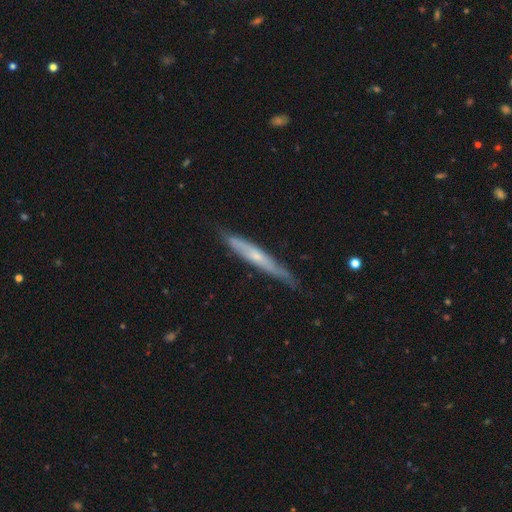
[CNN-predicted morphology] Q: Smooth or featured?
A: featured or disk (57%); runner-up: smooth (37%)
Q: Edge-on disk?
A: yes (87%); runner-up: no (13%)
Q: Merging?
A: none (78%); runner-up: minor disturbance (18%)